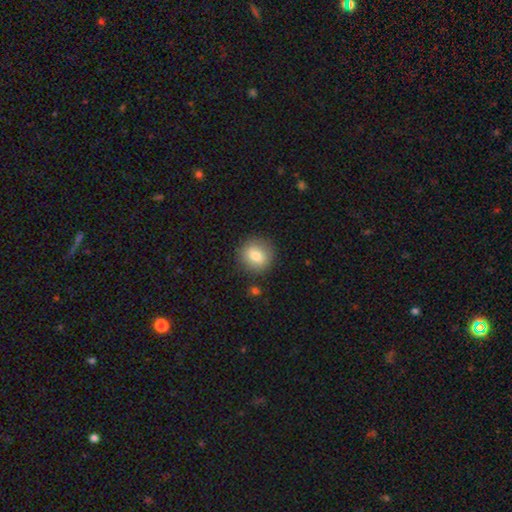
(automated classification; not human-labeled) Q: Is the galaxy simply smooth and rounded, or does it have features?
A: smooth — 80%.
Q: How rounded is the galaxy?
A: round — 87%.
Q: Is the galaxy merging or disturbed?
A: none — 87%.